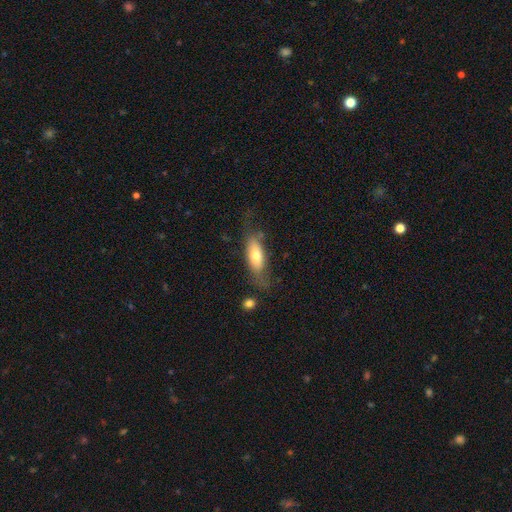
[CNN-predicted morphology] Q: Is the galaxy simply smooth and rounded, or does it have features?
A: smooth — 67%.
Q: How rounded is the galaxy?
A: in between — 75%.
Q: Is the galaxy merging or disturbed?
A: none — 56%.